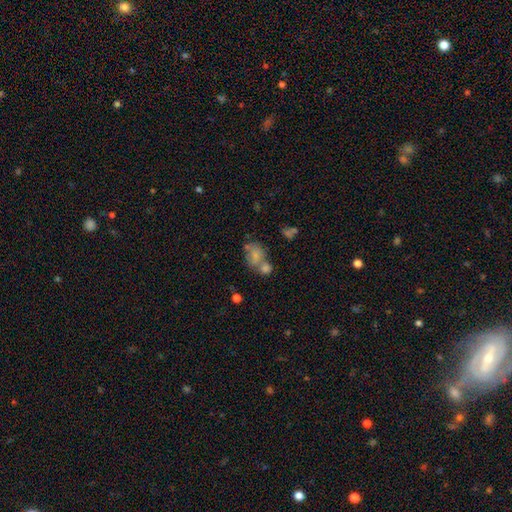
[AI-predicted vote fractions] Morphology: type=smooth (66%); roundness=in between (66%); merging=merger (47%).